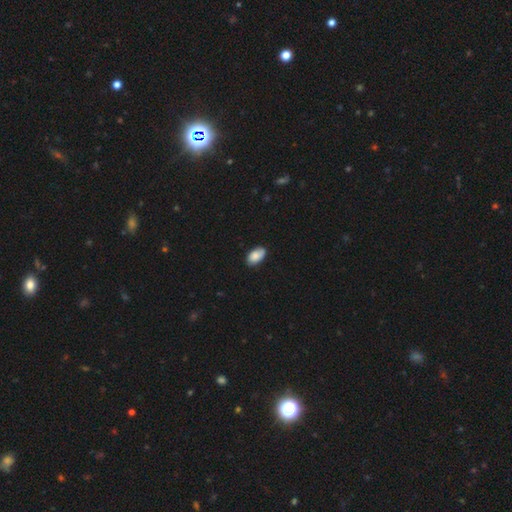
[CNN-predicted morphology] Smooth or featured?
  - smooth: 84% *
  - featured or disk: 9%
  - star or artifact: 7%
How rounded?
  - in between: 95% *
  - round: 4%
  - cigar-shaped: 2%
Merging?
  - none: 81% *
  - minor disturbance: 16%
  - major disturbance: 2%
  - merger: 1%